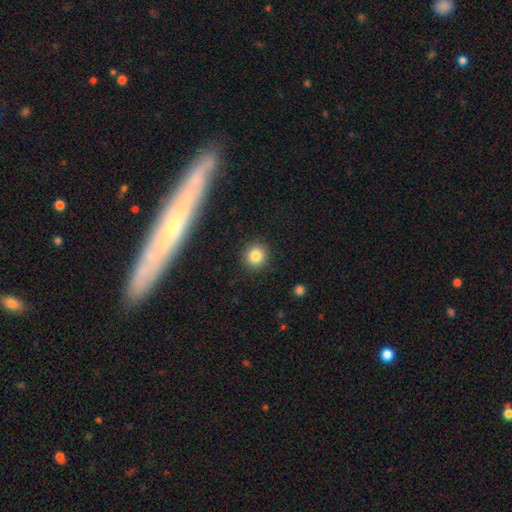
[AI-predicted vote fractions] A smooth galaxy with no disk features (82%) that is round (90%). Merging: none (90%).